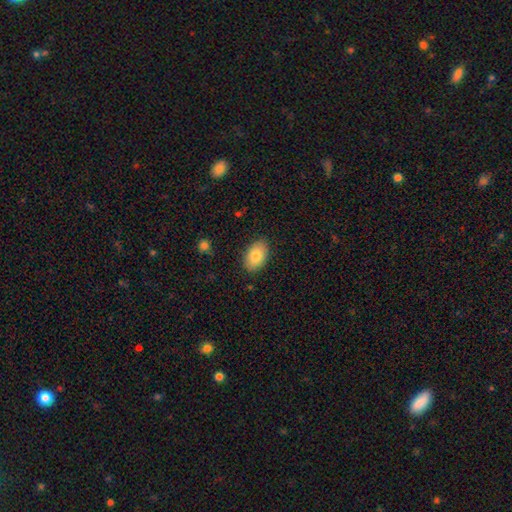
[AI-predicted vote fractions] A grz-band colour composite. It shows a smooth galaxy with no disk features (85%) that is in between round and cigar-shaped (92%). Merging: none (86%).